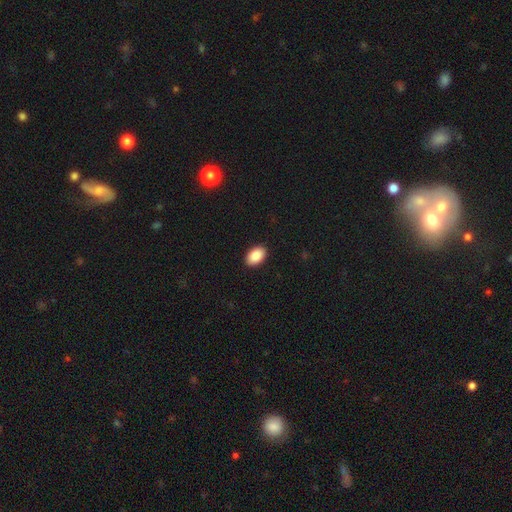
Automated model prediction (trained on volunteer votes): A smooth galaxy with no disk features (90%) that is in between round and cigar-shaped (92%). Merging: none (91%).